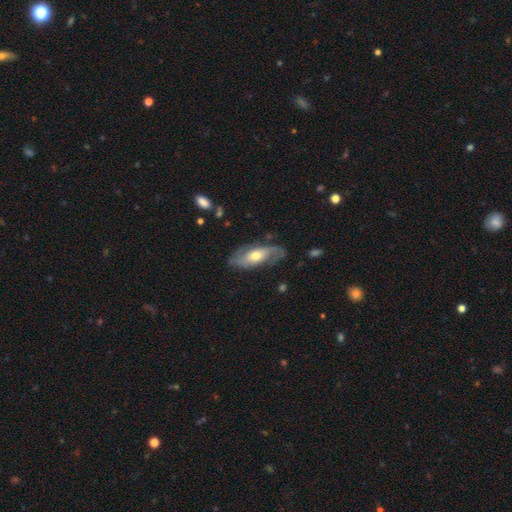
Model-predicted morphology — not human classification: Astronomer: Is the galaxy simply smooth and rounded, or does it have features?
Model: featured or disk — 65%.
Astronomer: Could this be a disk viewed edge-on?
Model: no — 85%.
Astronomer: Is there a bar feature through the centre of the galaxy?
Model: no — 61%.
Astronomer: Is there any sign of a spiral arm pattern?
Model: yes — 81%.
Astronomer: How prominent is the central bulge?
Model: moderate — 67%.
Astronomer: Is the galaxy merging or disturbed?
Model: none — 71%.